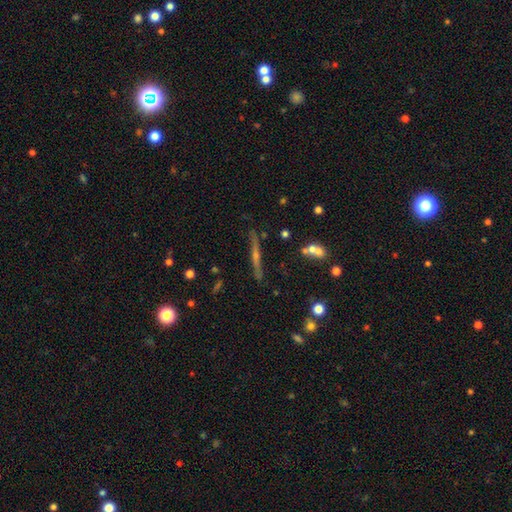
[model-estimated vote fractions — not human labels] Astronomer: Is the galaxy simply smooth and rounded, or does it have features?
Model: featured or disk — 72%.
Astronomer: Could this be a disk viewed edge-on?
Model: yes — 96%.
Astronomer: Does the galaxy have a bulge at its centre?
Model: rounded — 77%.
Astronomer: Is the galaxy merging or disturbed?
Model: none — 85%.